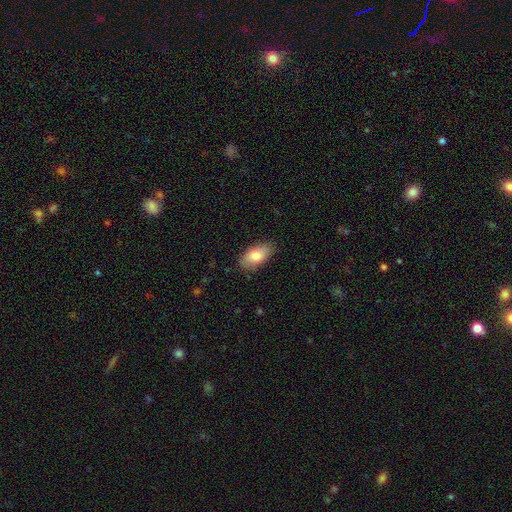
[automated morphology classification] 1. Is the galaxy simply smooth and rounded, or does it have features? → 80% smooth, 13% featured or disk, 7% star or artifact.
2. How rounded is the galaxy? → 92% in between, 4% round, 4% cigar-shaped.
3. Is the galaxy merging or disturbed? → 84% none, 13% minor disturbance, 3% major disturbance, 1% merger.